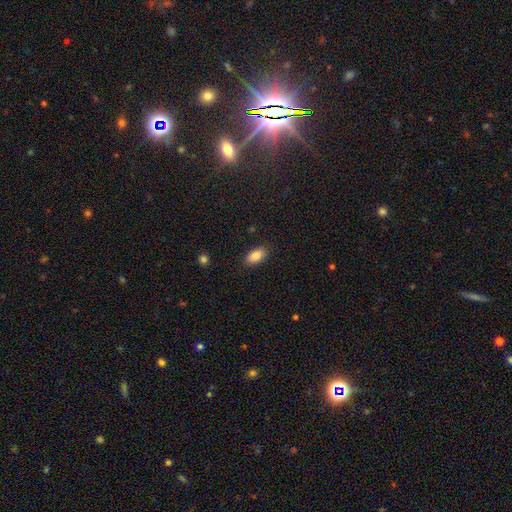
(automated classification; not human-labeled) Q: Smooth or featured?
A: smooth (86%); runner-up: star or artifact (8%)
Q: How rounded?
A: in between (93%); runner-up: round (4%)
Q: Merging?
A: none (87%); runner-up: minor disturbance (9%)